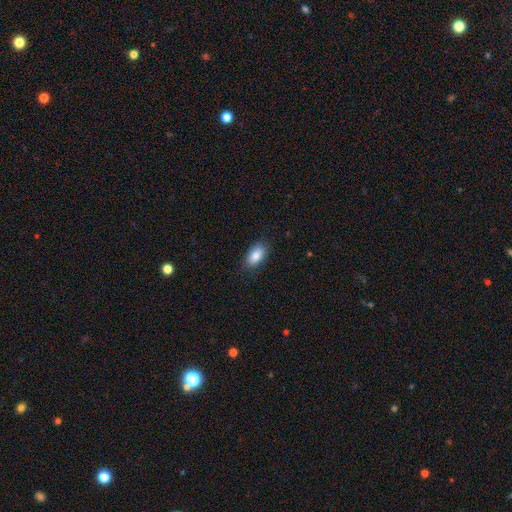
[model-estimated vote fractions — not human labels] Smooth or featured? Predicted: smooth (p=0.85). How rounded? Predicted: in between (p=0.92). Merging? Predicted: none (p=0.83).